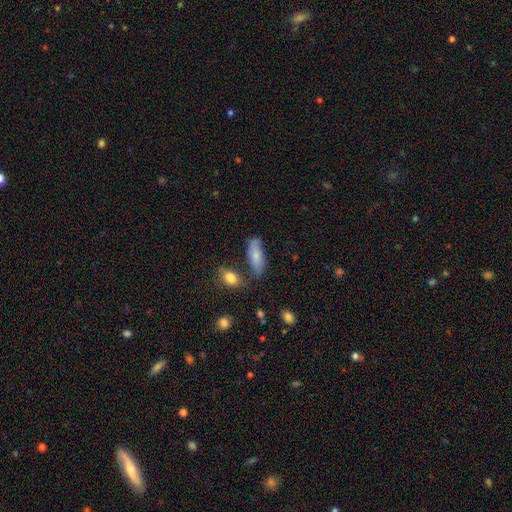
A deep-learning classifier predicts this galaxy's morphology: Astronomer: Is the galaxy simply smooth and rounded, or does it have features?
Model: smooth — 77%.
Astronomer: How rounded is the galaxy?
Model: in between — 67%.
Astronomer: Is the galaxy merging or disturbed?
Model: none — 64%.